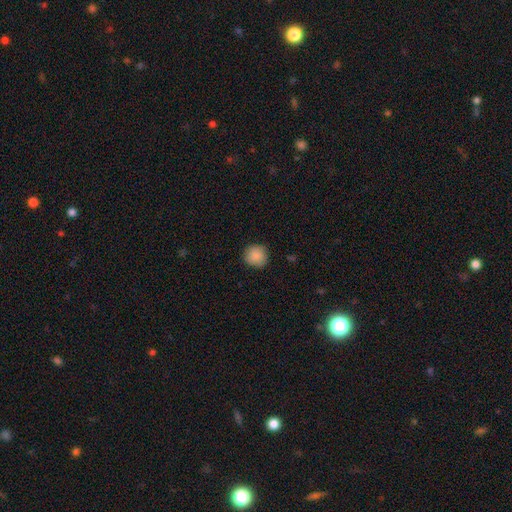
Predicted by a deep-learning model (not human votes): smooth 89%, star or artifact 8%, featured or disk 4%. Down the decision tree: how rounded — round (94%); merging — none (89%).